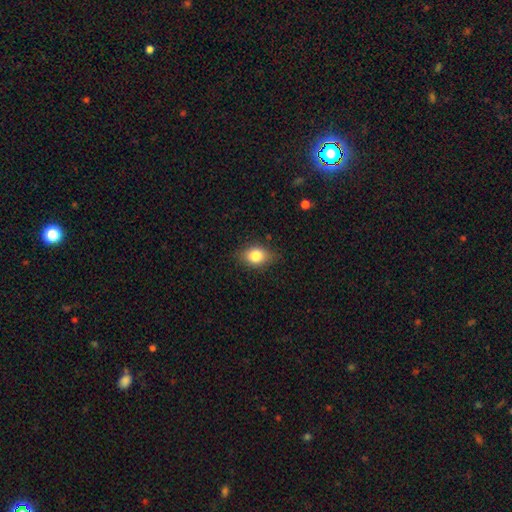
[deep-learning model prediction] This is clearly a smooth galaxy (81%). How rounded: likely in between (69%). Merging: likely none (80%).